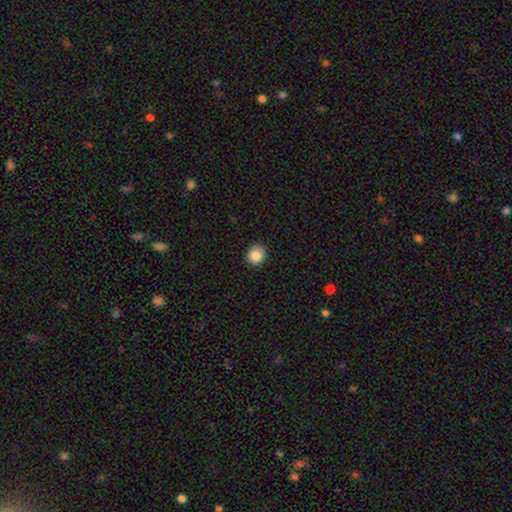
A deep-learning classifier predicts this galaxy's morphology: The model was most divided on "how rounded": round: 84%, in between: 15%, cigar-shaped: 1%. More confident: merging — none (89%); smooth or featured — smooth (85%).